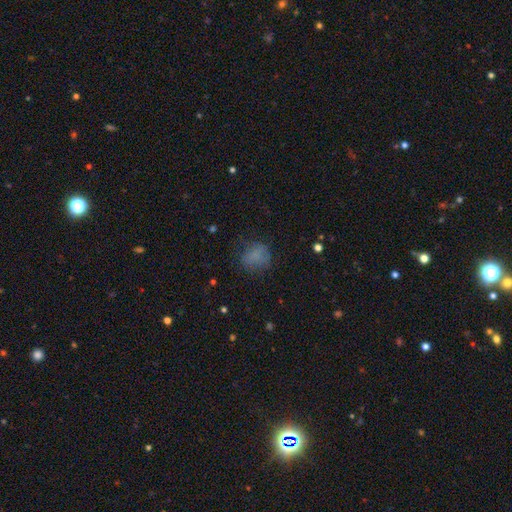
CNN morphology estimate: The model was most divided on "how rounded": round: 62%, in between: 37%, cigar-shaped: 1%. More confident: smooth or featured — smooth (71%); merging — none (62%).